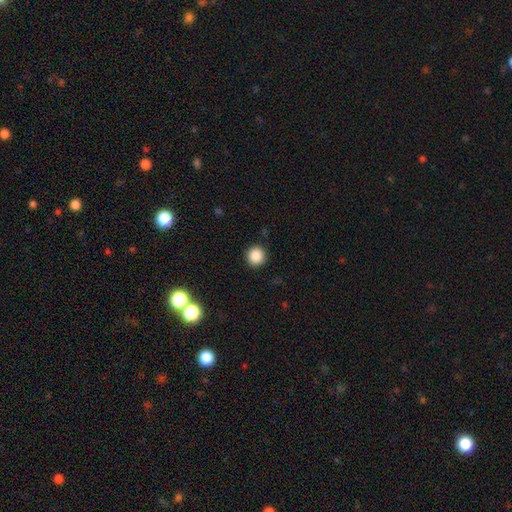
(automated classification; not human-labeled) Morphology: type=smooth (87%); roundness=round (93%); merging=none (91%).